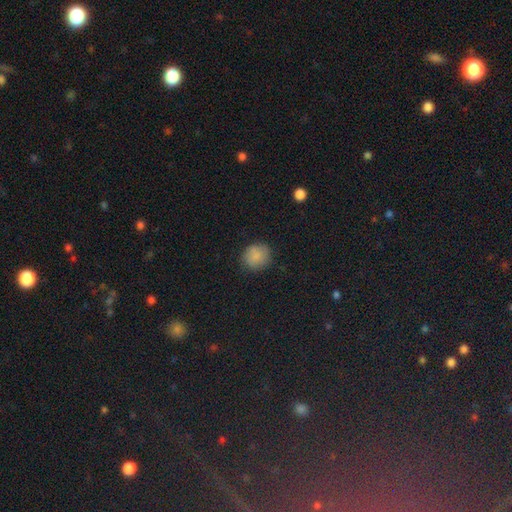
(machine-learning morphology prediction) smooth_or_featured: smooth (p=0.83) [alt: star or artifact p=0.10]
how_rounded: round (p=0.85) [alt: in between p=0.14]
merging: none (p=0.81) [alt: minor disturbance p=0.14]